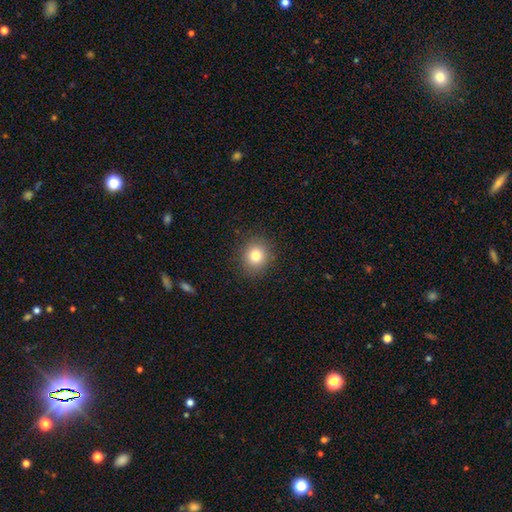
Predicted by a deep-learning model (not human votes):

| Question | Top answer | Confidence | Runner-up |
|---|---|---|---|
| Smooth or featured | smooth | 80% | star or artifact (12%) |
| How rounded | round | 80% | in between (19%) |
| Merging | none | 89% | minor disturbance (7%) |